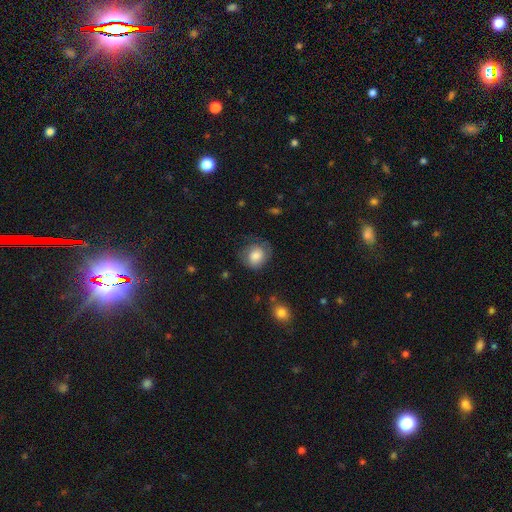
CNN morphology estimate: smooth_or_featured: smooth (p=0.74) [alt: featured or disk p=0.18]
how_rounded: round (p=0.71) [alt: in between p=0.28]
merging: none (p=0.63) [alt: minor disturbance p=0.25]